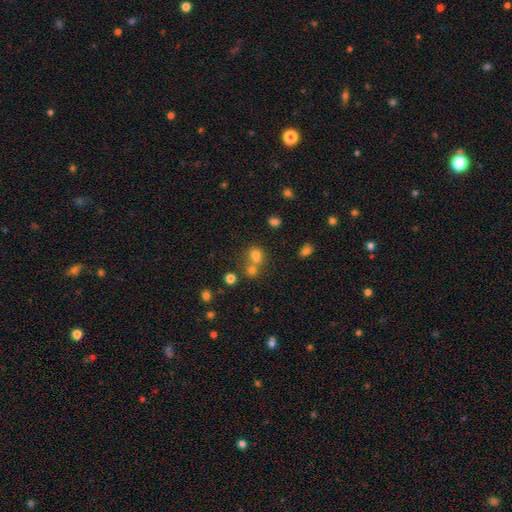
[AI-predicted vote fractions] This appears to be a smooth galaxy with no disk features (73%) that is round (71%). Merging: merger (48%).